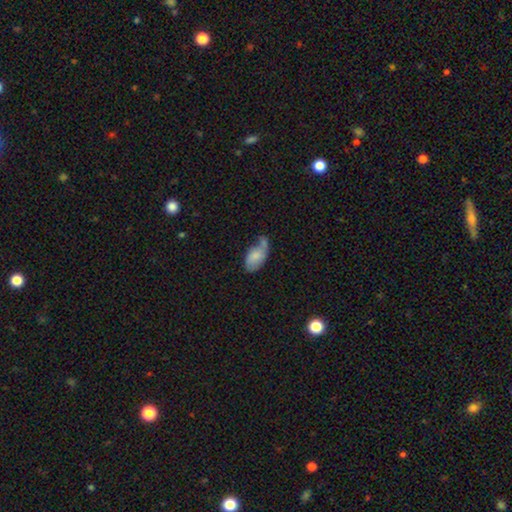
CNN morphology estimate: A smooth galaxy with no disk features (66%) that is in between round and cigar-shaped (93%).

Vote fractions:
- Smooth or featured? smooth: 66% / featured or disk: 27% / star or artifact: 7%
- How rounded? in between: 93% / round: 4% / cigar-shaped: 2%
- Merging? minor disturbance: 34% / none: 32% / major disturbance: 19% / merger: 15%